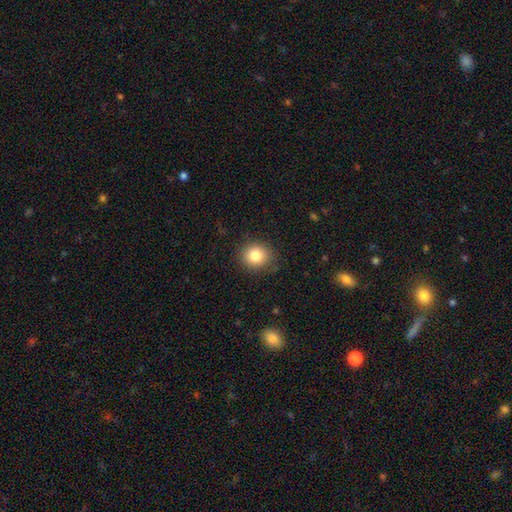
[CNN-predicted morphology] A smooth galaxy with no disk features (83%) that is round (80%). Merging: none (87%).